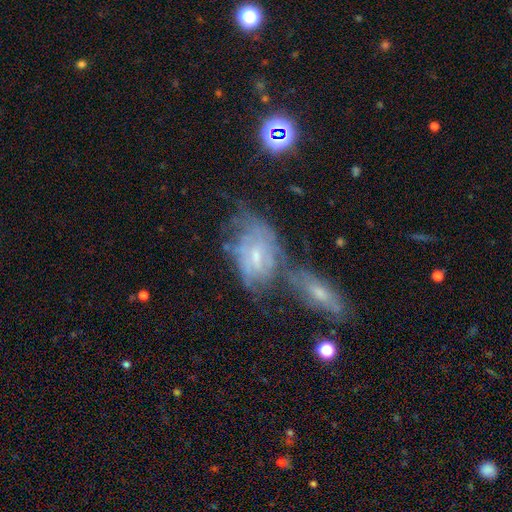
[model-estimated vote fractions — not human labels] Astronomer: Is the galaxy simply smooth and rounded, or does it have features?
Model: featured or disk — 67%.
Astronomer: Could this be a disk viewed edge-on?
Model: no — 92%.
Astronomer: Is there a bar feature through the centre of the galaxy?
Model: weak — 48% (runner-up: no, 41%).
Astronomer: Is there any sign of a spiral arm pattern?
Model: yes — 68%.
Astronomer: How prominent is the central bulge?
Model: small — 59%.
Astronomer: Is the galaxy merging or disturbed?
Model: none — 32% (runner-up: merger, 31%).